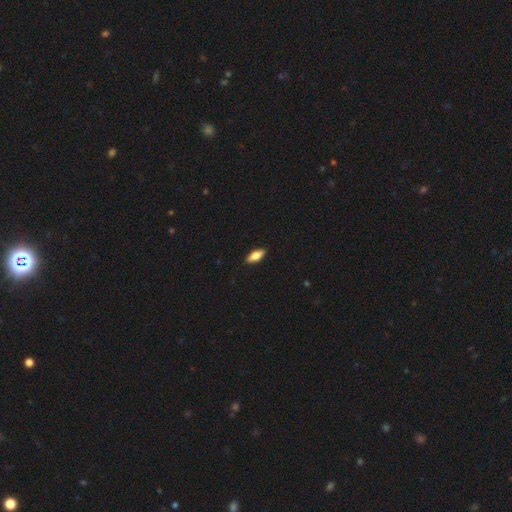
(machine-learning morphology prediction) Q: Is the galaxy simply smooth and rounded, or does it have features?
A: smooth — 72%.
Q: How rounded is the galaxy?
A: in between — 76%.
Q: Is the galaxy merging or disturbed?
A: none — 89%.